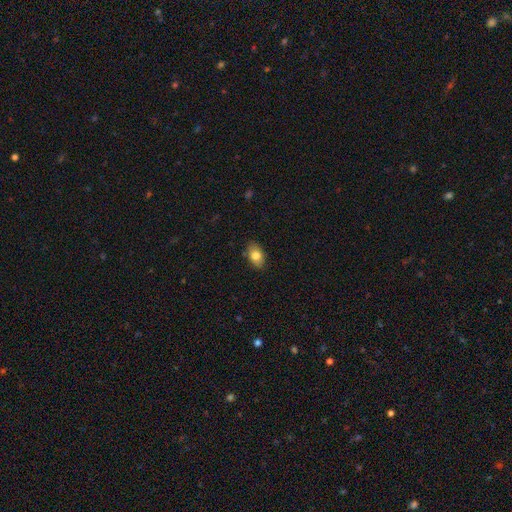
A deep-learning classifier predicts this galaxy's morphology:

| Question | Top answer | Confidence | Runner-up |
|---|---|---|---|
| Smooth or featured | smooth | 81% | featured or disk (11%) |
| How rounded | in between | 87% | round (11%) |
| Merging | none | 85% | minor disturbance (12%) |